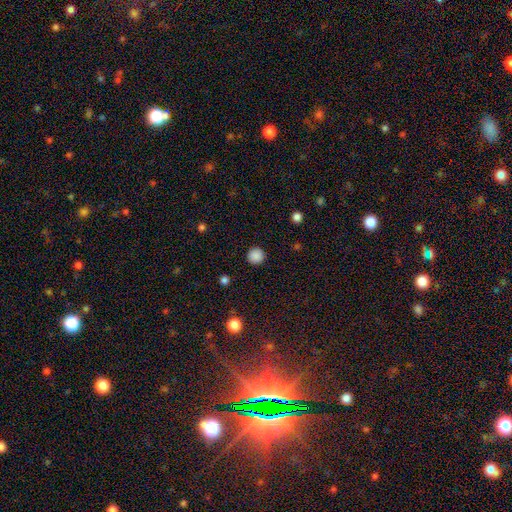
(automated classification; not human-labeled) Overall: smooth (87%). How rounded: round (96%). Merging: none (92%).